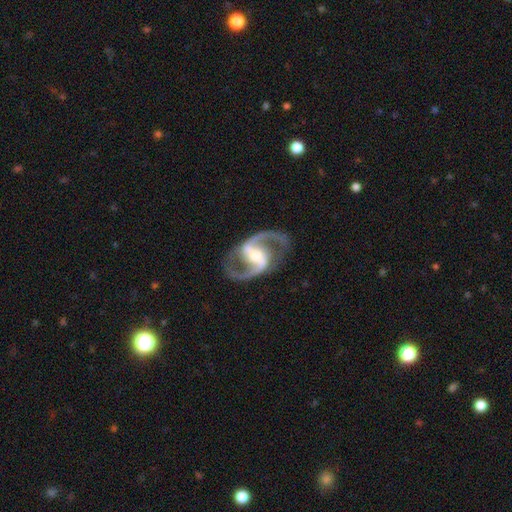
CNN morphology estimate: This is clearly a featured or disk galaxy (94%). It is clearly not viewed edge-on (98%). Bar: possibly strong (57%). Spiral arm pattern: clearly yes (98%). Spiral arm count: clearly 2 (95%). Spiral winding: likely medium (60%). Central bulge: possibly moderate (51%). Merging: clearly none (85%).